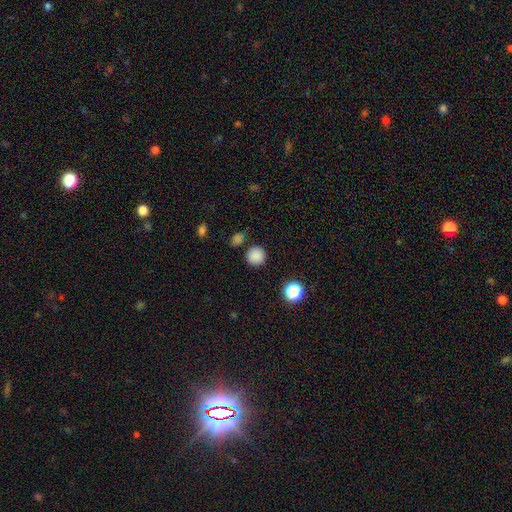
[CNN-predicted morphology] Smooth or featured? Predicted: smooth (p=0.85). How rounded? Predicted: round (p=0.94). Merging? Predicted: none (p=0.85).